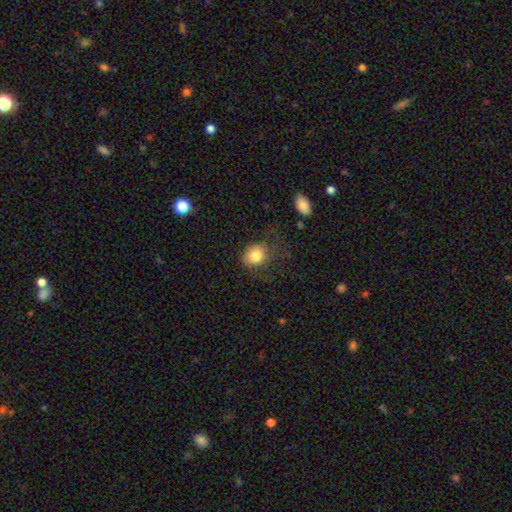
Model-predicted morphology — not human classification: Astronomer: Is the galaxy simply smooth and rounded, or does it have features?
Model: smooth — 82%.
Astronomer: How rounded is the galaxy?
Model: in between — 54% (runner-up: round, 45%).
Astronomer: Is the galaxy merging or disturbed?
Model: none — 55%.